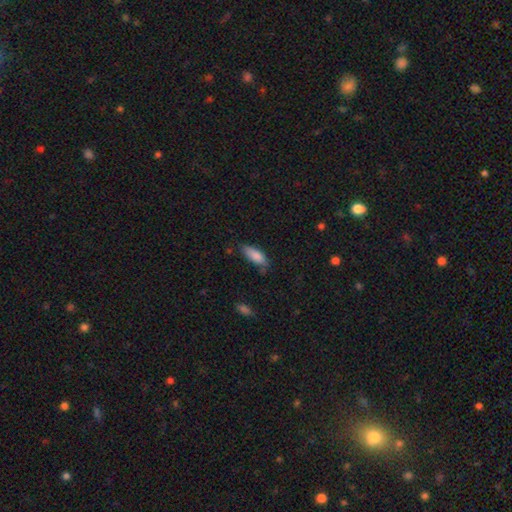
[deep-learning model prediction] Q: Smooth or featured?
A: smooth (86%); runner-up: featured or disk (8%)
Q: How rounded?
A: in between (74%); runner-up: cigar-shaped (25%)
Q: Merging?
A: none (64%); runner-up: minor disturbance (27%)